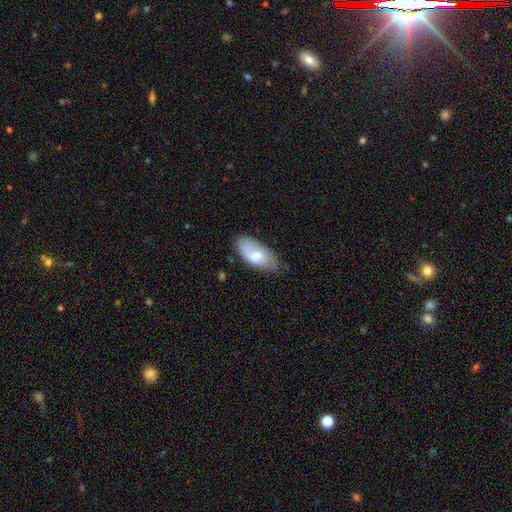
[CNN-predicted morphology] The model was most divided on "smooth or featured": smooth: 61%, featured or disk: 33%, star or artifact: 6%. More confident: how rounded — in between (92%); merging — none (61%).